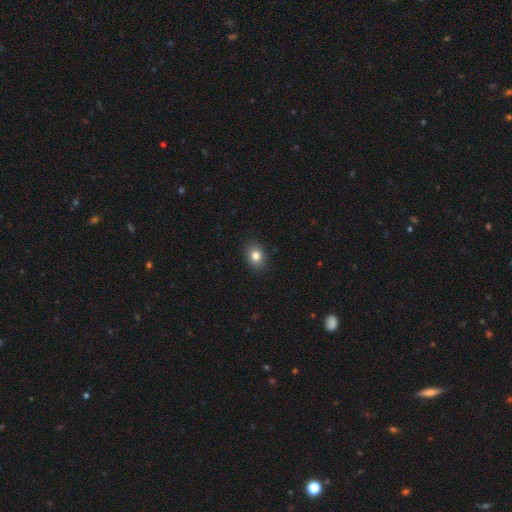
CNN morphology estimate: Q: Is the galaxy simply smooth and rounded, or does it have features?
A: smooth — 81%.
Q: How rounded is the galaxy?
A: in between — 63%.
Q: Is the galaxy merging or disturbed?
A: none — 89%.